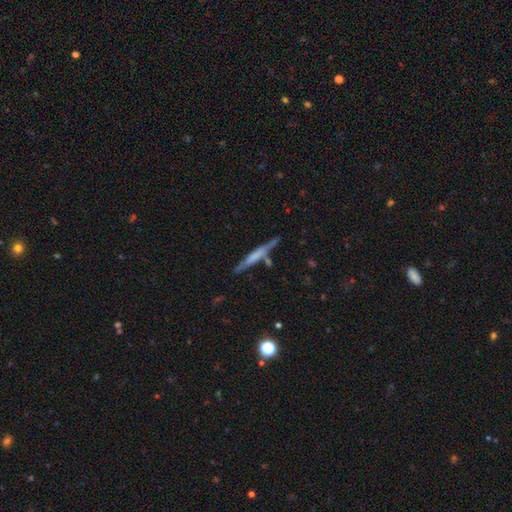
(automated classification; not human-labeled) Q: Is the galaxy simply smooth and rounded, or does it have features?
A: featured or disk — 50%.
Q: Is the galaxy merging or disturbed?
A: none — 78%.